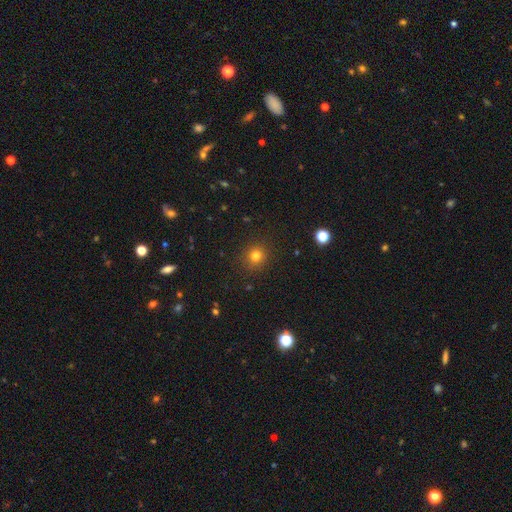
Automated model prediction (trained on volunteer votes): smooth_or_featured: smooth (p=0.79) [alt: star or artifact p=0.16]
how_rounded: round (p=0.89) [alt: in between p=0.10]
merging: none (p=0.90) [alt: minor disturbance p=0.07]